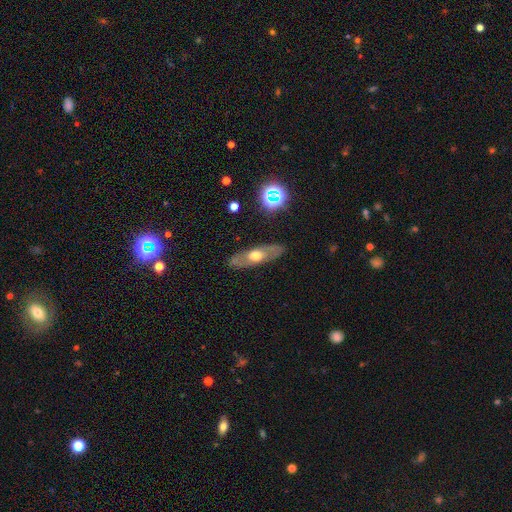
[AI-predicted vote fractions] A featured or disk galaxy (53%).

Vote fractions:
- Smooth or featured? featured or disk: 53% / smooth: 39% / star or artifact: 8%
- Edge-on disk? no: 58% / yes: 42%
- Merging? none: 85% / minor disturbance: 11% / major disturbance: 3% / merger: 1%